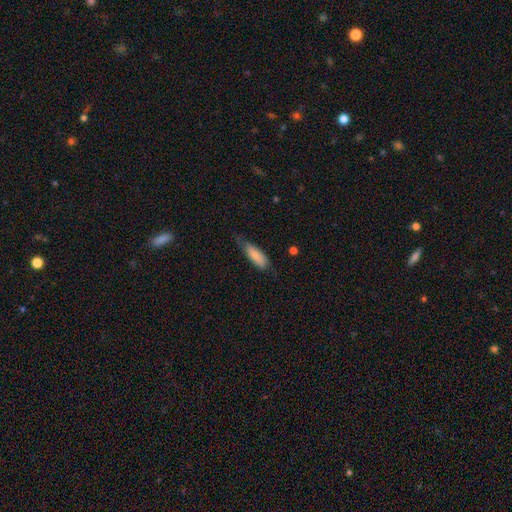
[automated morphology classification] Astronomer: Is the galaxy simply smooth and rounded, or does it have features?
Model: smooth — 78%.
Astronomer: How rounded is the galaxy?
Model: in between — 61% (runner-up: cigar-shaped, 38%).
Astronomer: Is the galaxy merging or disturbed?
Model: none — 54% (runner-up: minor disturbance, 33%).